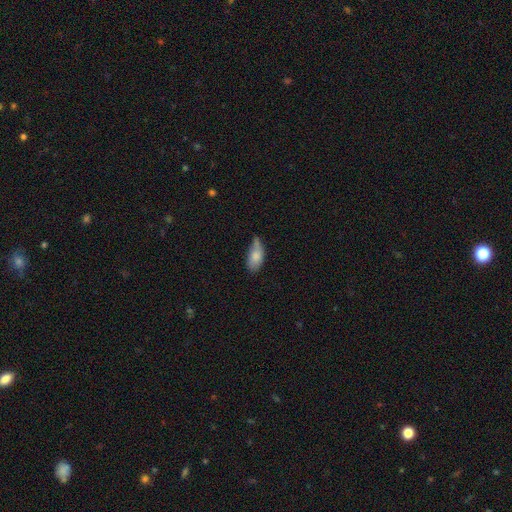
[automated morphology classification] Smooth or featured? Predicted: smooth (p=0.78). How rounded? Predicted: in between (p=0.89). Merging? Predicted: minor disturbance (p=0.43).